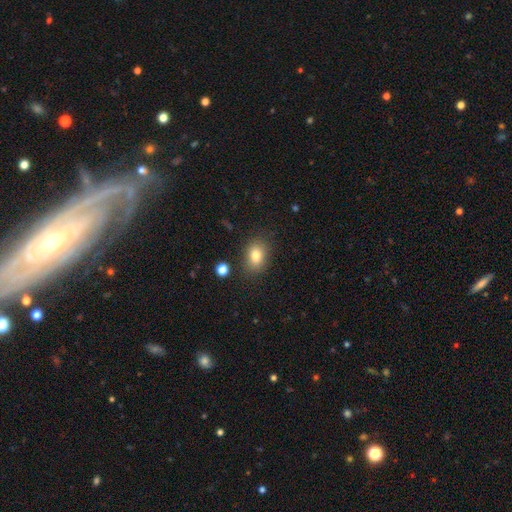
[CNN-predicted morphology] smooth_or_featured: smooth (p=0.79) [alt: star or artifact p=0.11]
how_rounded: in between (p=0.69) [alt: round p=0.30]
merging: none (p=0.82) [alt: minor disturbance p=0.12]